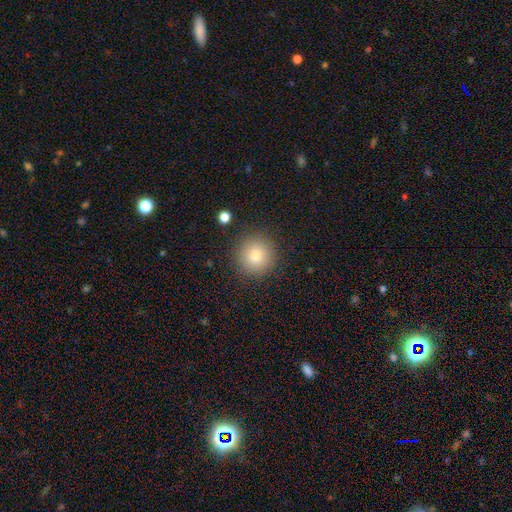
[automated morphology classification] Smooth or featured?
  - smooth: 78% *
  - star or artifact: 13%
  - featured or disk: 9%
How rounded?
  - round: 95% *
  - in between: 4%
  - cigar-shaped: 1%
Merging?
  - none: 90% *
  - minor disturbance: 6%
  - major disturbance: 2%
  - merger: 1%